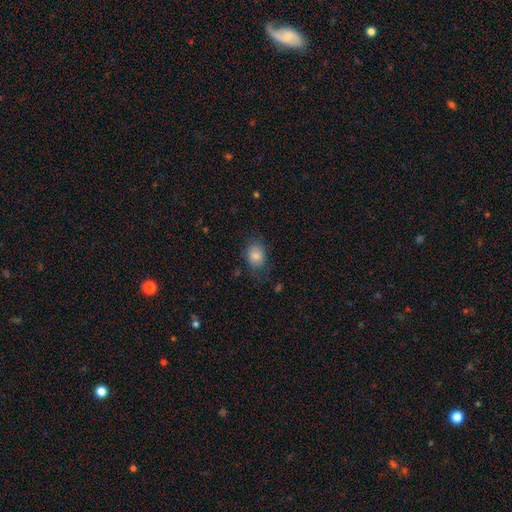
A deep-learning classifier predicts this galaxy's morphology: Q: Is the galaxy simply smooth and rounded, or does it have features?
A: smooth — 81%.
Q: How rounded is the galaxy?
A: in between — 59%.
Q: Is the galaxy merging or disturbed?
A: none — 68%.